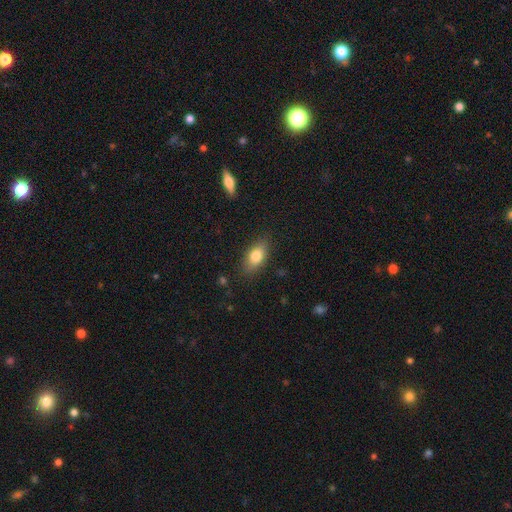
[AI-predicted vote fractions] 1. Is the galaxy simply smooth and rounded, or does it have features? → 77% smooth, 15% featured or disk, 8% star or artifact.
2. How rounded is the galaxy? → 83% in between, 10% cigar-shaped, 7% round.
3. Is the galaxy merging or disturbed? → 83% none, 12% minor disturbance, 3% major disturbance, 1% merger.